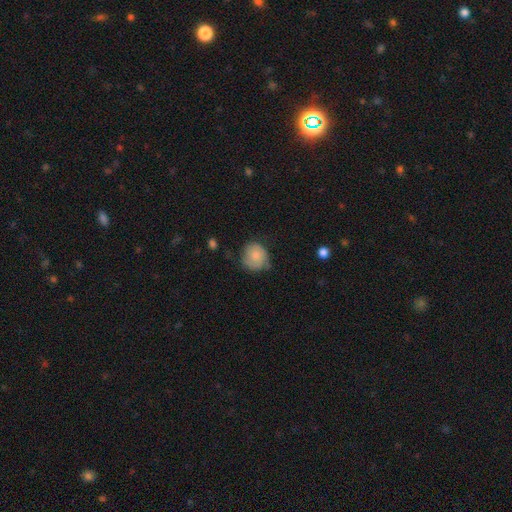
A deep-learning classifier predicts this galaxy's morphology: The model was most divided on "merging": none: 57%, minor disturbance: 32%, major disturbance: 9%, merger: 2%. More confident: how rounded — round (81%); smooth or featured — smooth (67%).